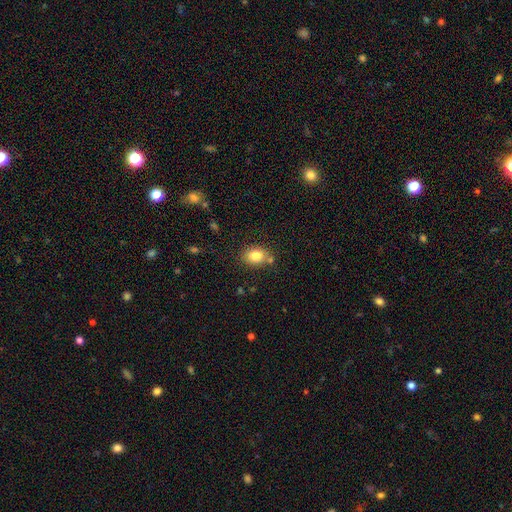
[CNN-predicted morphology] This appears to be a smooth galaxy with no disk features (83%) that is in between round and cigar-shaped (65%). Merging: none (72%).